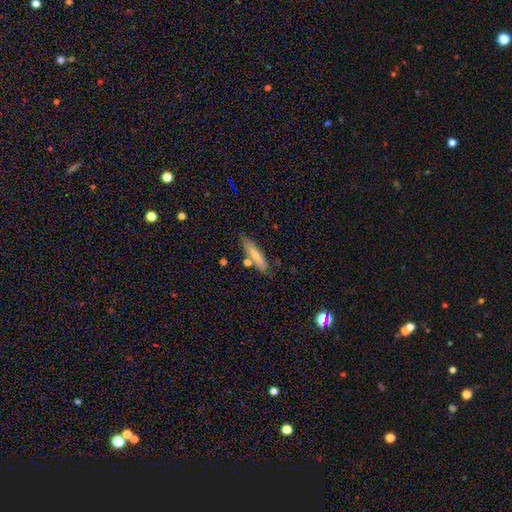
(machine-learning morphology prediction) A smooth galaxy with no disk features (72%) that is cigar-shaped (71%). Merging: none (68%).